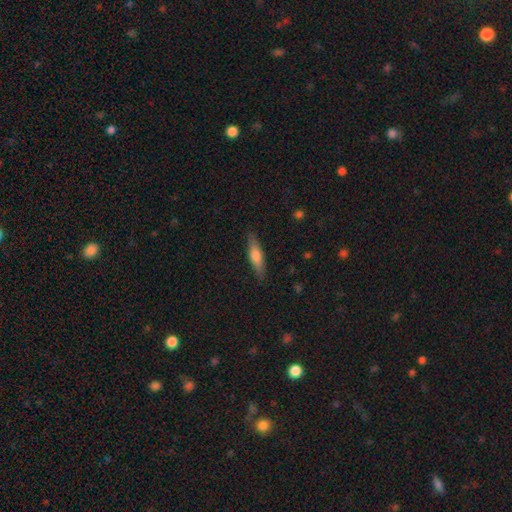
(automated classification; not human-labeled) This appears to be a smooth galaxy with no disk features (64%) that is cigar-shaped (66%). Merging: none (86%).